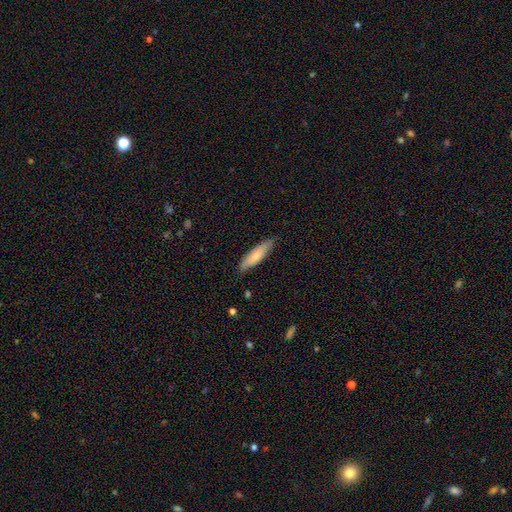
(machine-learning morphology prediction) smooth-or-featured: smooth: 73% | featured or disk: 22% | star or artifact: 5%
  how-rounded: cigar-shaped: 66% | in between: 33% | round: 1%
  merging: none: 83% | minor disturbance: 14% | major disturbance: 2% | merger: 1%